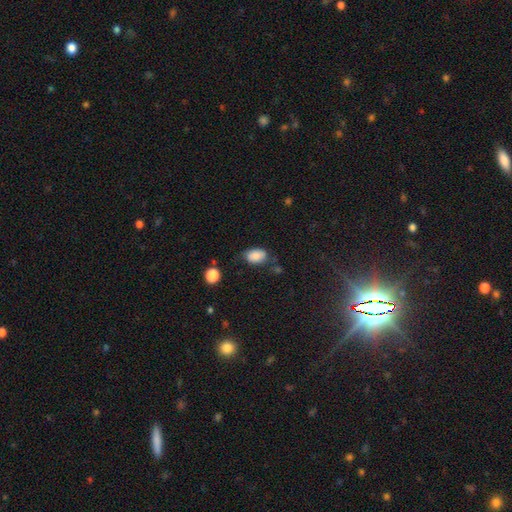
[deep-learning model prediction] The model was most divided on "merging": none: 63%, minor disturbance: 26%, major disturbance: 7%, merger: 5%. More confident: how rounded — in between (86%); smooth or featured — smooth (82%).